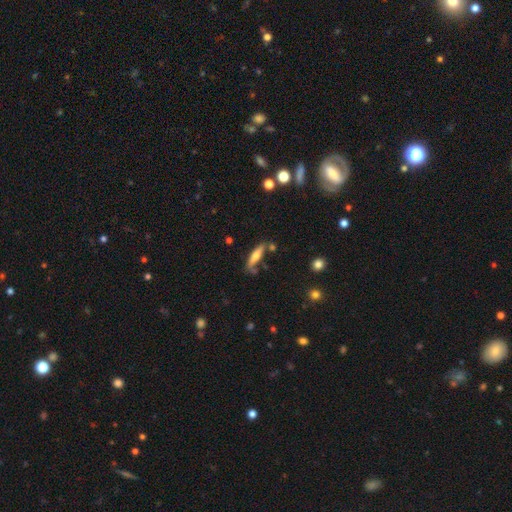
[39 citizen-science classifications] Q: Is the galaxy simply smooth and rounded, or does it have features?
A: smooth — 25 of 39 (64%).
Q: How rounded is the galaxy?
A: cigar-shaped — 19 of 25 (76%).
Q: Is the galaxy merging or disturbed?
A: none — 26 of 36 (72%).